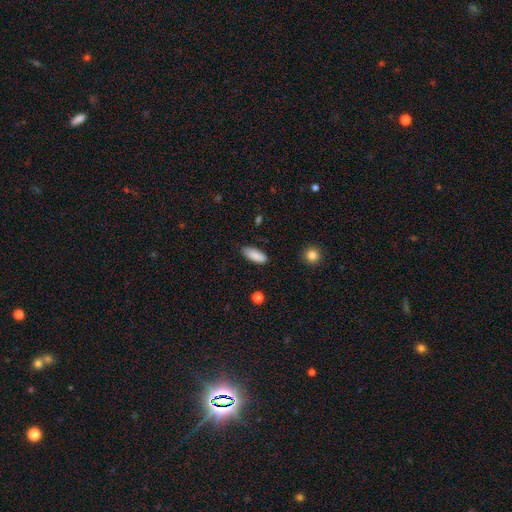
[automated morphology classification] A smooth galaxy with no disk features (87%) that is in between round and cigar-shaped (81%). Merging: none (79%).